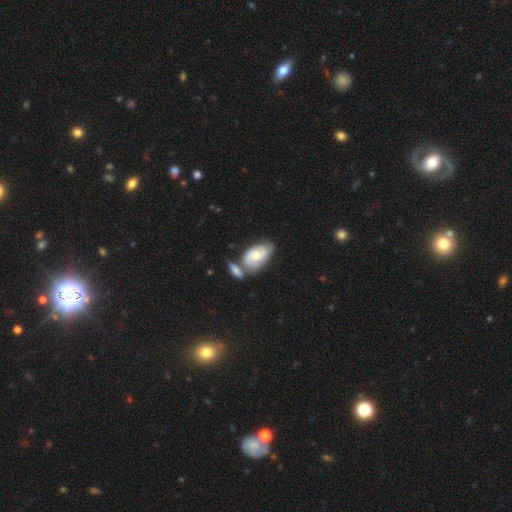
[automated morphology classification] This is possibly a featured or disk galaxy (55%). It is clearly not viewed edge-on (94%). Bar: likely no (65%). Spiral arm pattern: clearly yes (84%). Central bulge: possibly moderate (50%). Merging: marginally merger (40%).